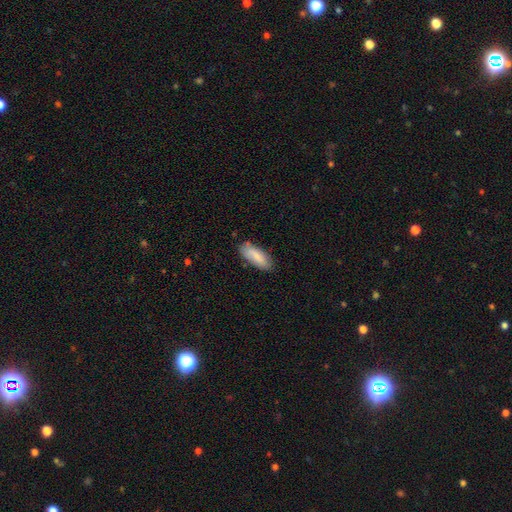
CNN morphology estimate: This is clearly a smooth galaxy (80%). How rounded: likely in between (77%). Merging: likely none (76%).